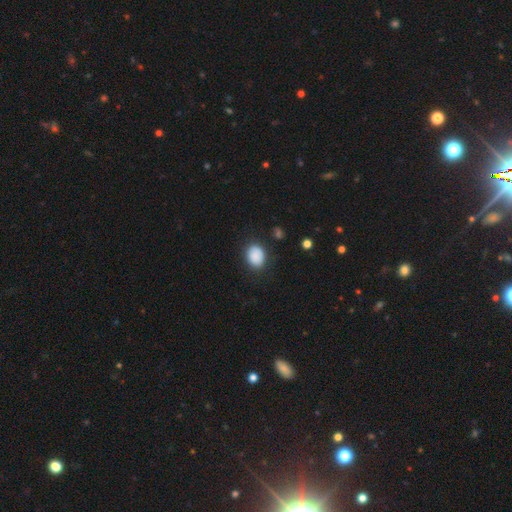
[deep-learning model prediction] Smooth or featured? smooth (88%)
How rounded? in between (56%)
Merging? none (83%)